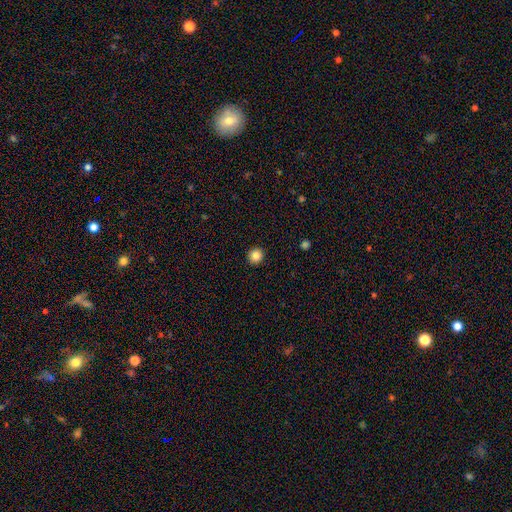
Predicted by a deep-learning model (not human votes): smooth_or_featured: smooth (p=0.85) [alt: star or artifact p=0.10]
how_rounded: round (p=0.93) [alt: in between p=0.06]
merging: none (p=0.93) [alt: minor disturbance p=0.05]